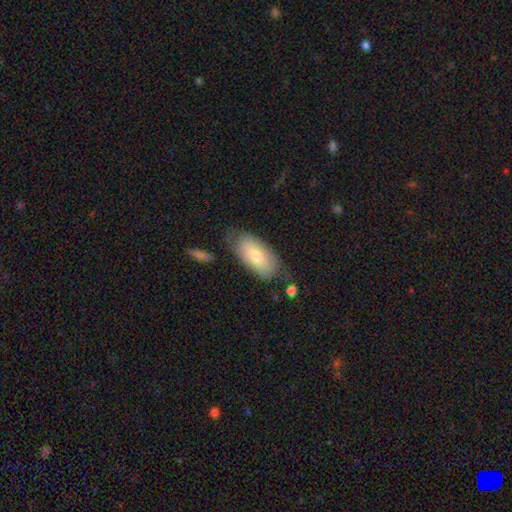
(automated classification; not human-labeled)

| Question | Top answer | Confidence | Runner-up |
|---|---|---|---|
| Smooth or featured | smooth | 73% | featured or disk (22%) |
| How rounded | in between | 91% | cigar-shaped (6%) |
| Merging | none | 67% | minor disturbance (23%) |